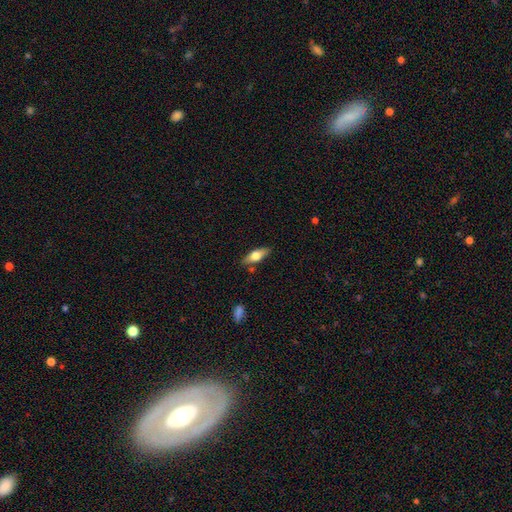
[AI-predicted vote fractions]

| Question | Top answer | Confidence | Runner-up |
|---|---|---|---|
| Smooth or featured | smooth | 58% | featured or disk (36%) |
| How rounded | in between | 64% | cigar-shaped (33%) |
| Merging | none | 81% | minor disturbance (13%) |